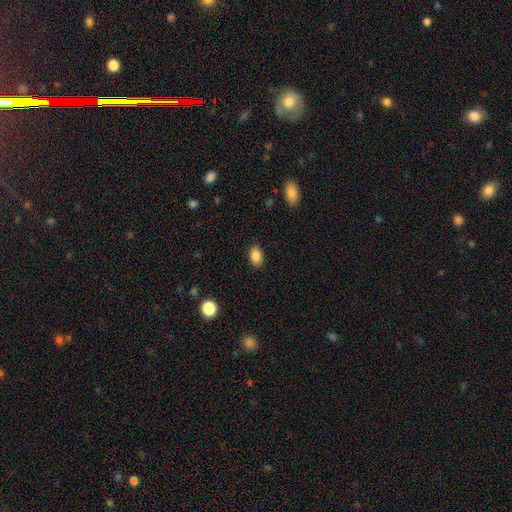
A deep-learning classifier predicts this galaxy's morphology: Smooth or featured? smooth (87%)
How rounded? in between (86%)
Merging? none (87%)